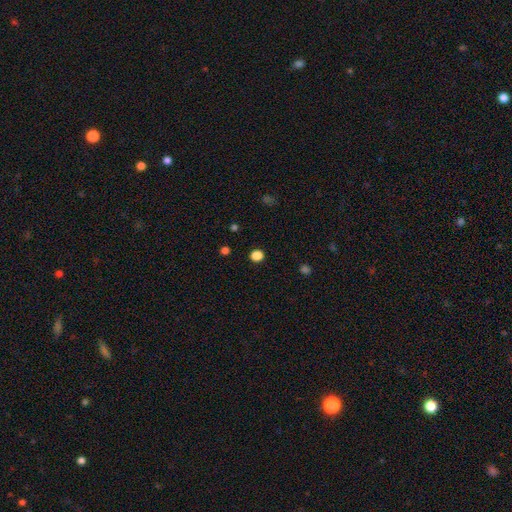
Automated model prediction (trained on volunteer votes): Q: Smooth or featured?
A: smooth (83%); runner-up: star or artifact (14%)
Q: How rounded?
A: round (75%); runner-up: in between (24%)
Q: Merging?
A: none (90%); runner-up: minor disturbance (6%)